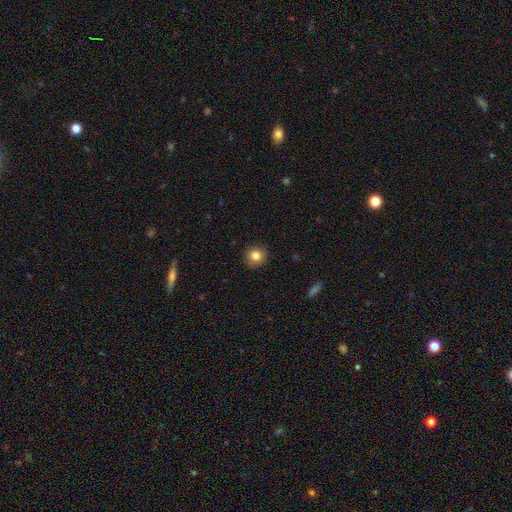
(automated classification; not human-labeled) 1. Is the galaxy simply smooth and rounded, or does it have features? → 83% smooth, 10% star or artifact, 7% featured or disk.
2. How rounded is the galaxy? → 90% round, 9% in between, 1% cigar-shaped.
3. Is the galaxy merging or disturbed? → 89% none, 8% minor disturbance, 2% major disturbance, 1% merger.